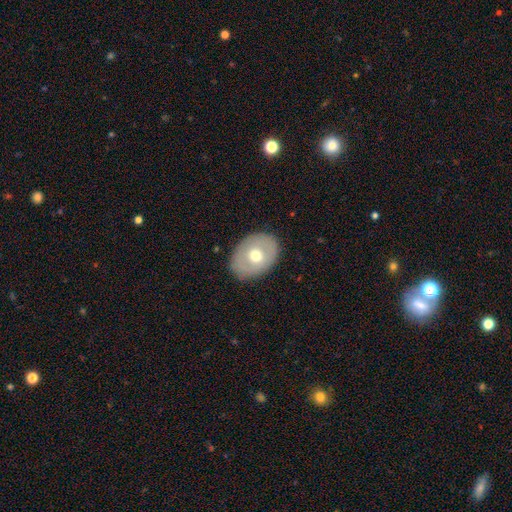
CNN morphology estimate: Q: Smooth or featured?
A: smooth (55%); runner-up: featured or disk (38%)
Q: How rounded?
A: in between (70%); runner-up: round (29%)
Q: Merging?
A: none (86%); runner-up: minor disturbance (10%)